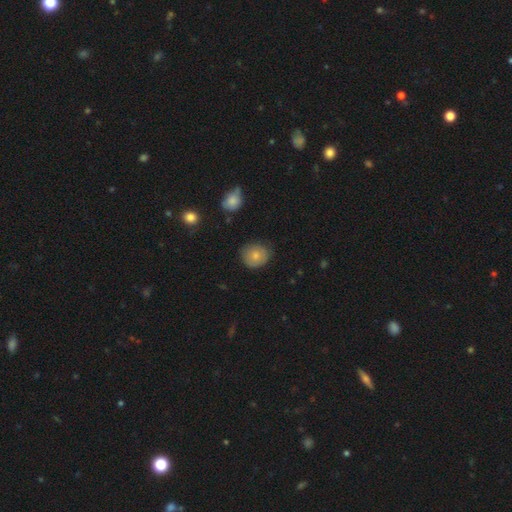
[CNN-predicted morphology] Smooth or featured?
  - smooth: 76% *
  - featured or disk: 16%
  - star or artifact: 8%
How rounded?
  - round: 80% *
  - in between: 19%
  - cigar-shaped: 1%
Merging?
  - none: 77% *
  - minor disturbance: 18%
  - major disturbance: 4%
  - merger: 1%